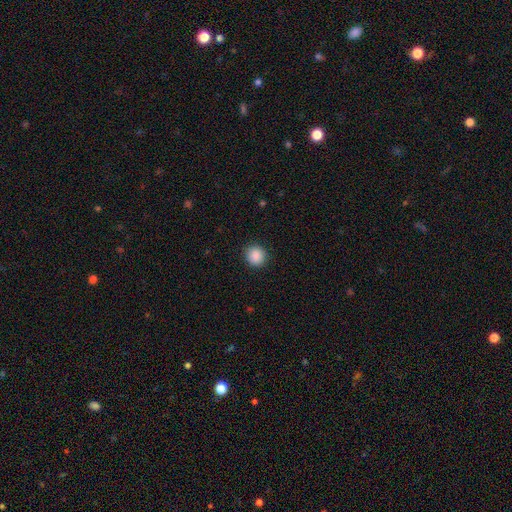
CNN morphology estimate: The model was most divided on "how rounded": round: 88%, in between: 12%, cigar-shaped: 1%. More confident: merging — none (90%); smooth or featured — smooth (89%).